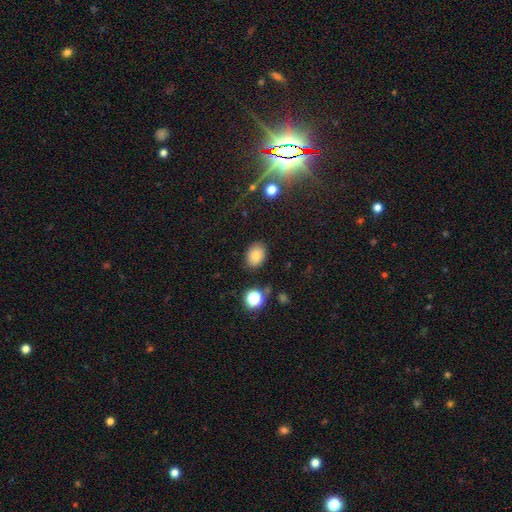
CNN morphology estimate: smooth_or_featured: smooth (p=0.82) [alt: star or artifact p=0.11]
how_rounded: in between (p=0.69) [alt: round p=0.30]
merging: none (p=0.84) [alt: minor disturbance p=0.11]